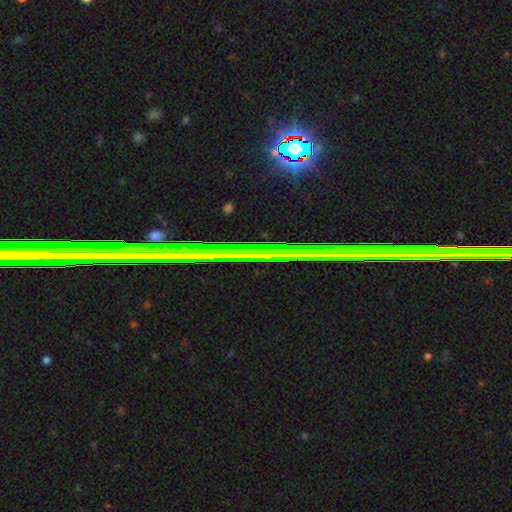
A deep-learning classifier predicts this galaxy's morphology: Smooth or featured? Predicted: star or artifact (p=0.68).